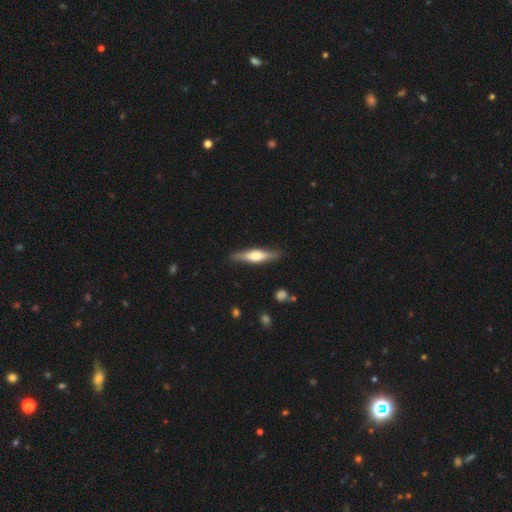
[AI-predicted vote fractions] Smooth or featured? featured or disk (55%)
Edge-on disk? yes (95%)
Edge-on bulge? rounded (87%)
Merging? none (88%)